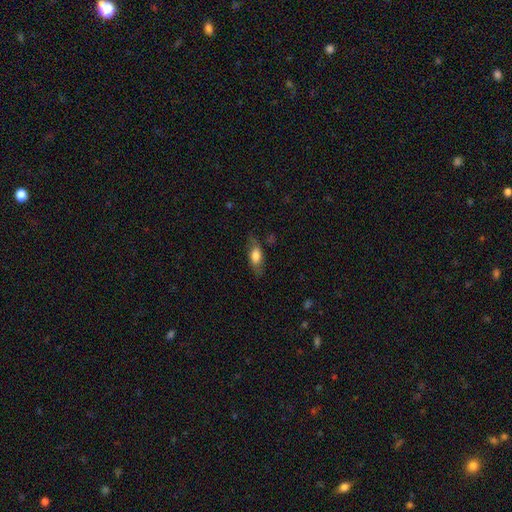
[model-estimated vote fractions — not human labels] Q: Smooth or featured?
A: smooth (67%); runner-up: featured or disk (26%)
Q: How rounded?
A: in between (74%); runner-up: cigar-shaped (21%)
Q: Merging?
A: none (72%); runner-up: minor disturbance (19%)